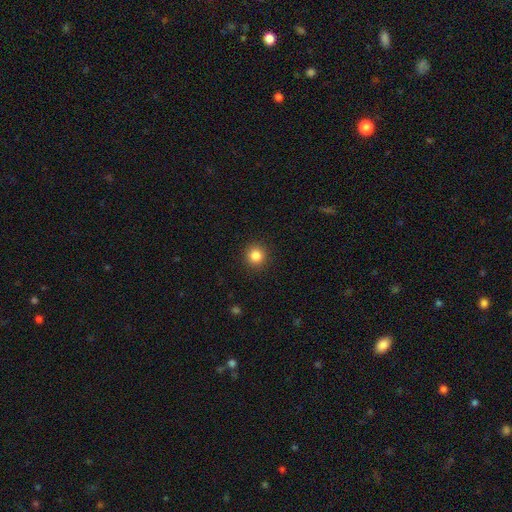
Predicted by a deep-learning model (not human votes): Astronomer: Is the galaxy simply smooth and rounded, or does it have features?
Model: smooth — 84%.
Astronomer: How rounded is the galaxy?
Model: round — 94%.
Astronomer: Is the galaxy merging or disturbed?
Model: none — 92%.